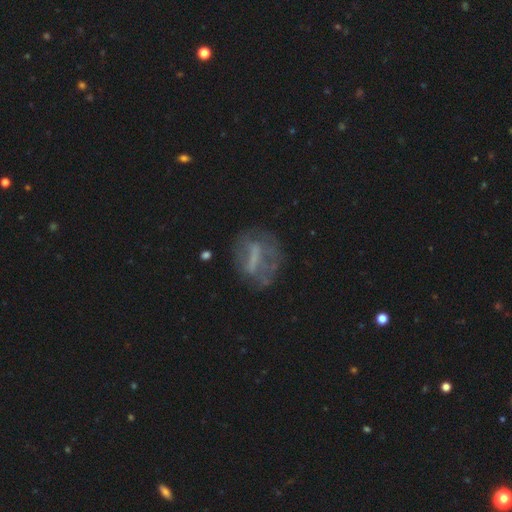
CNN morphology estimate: This is possibly a featured or disk galaxy (58%). It is clearly not viewed edge-on (91%). Bar: marginally strong (41%). Spiral arm pattern: likely no (71%). Central bulge: possibly none (56%). Merging: possibly none (57%).